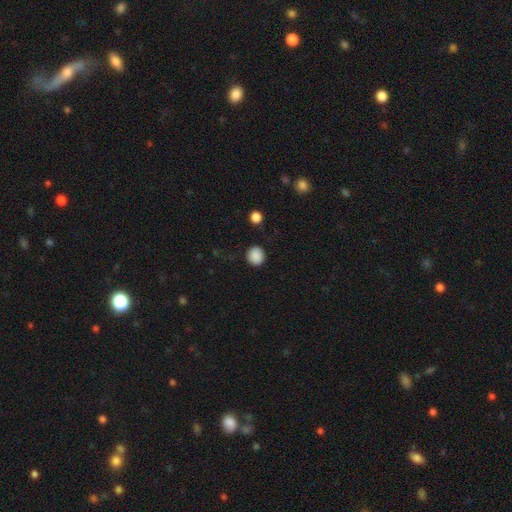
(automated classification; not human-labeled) This appears to be a smooth galaxy with no disk features (88%) that is round (88%). Merging: none (88%).